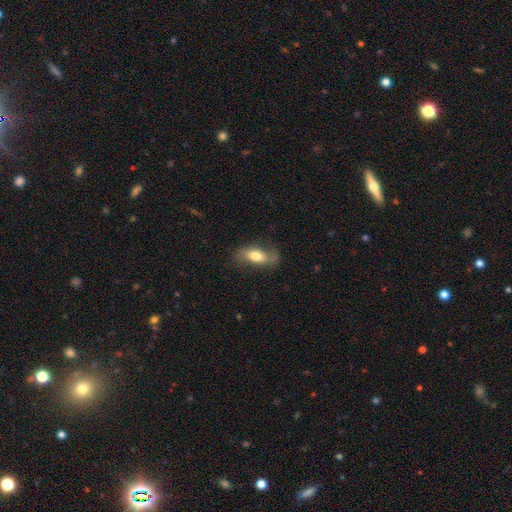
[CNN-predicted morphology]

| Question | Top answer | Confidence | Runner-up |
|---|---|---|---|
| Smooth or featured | smooth | 52% | featured or disk (41%) |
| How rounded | in between | 76% | cigar-shaped (19%) |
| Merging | none | 68% | minor disturbance (21%) |